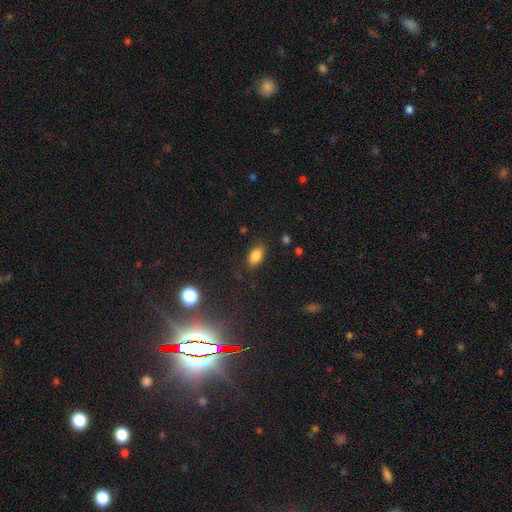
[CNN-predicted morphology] type=smooth (84%); roundness=in between (90%); merging=none (84%).